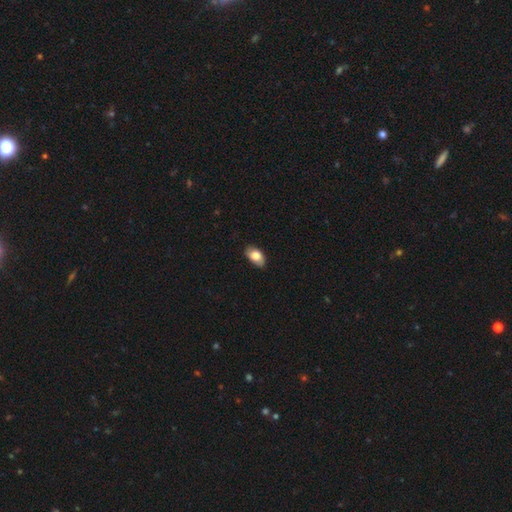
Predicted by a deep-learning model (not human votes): Smooth or featured? smooth (81%)
How rounded? in between (92%)
Merging? none (80%)